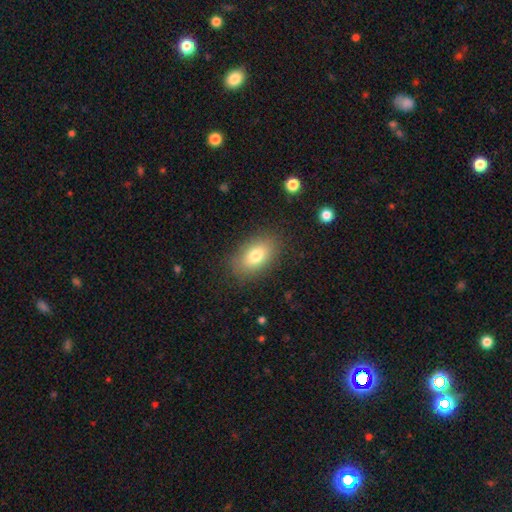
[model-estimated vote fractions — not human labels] The model was most divided on "smooth or featured": smooth: 78%, featured or disk: 13%, star or artifact: 9%. More confident: how rounded — in between (89%); merging — none (84%).